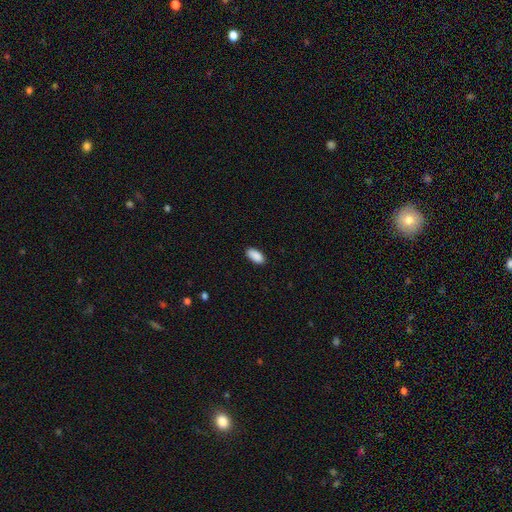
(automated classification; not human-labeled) Smooth or featured?
  - smooth: 90% *
  - star or artifact: 7%
  - featured or disk: 3%
How rounded?
  - in between: 91% *
  - cigar-shaped: 7%
  - round: 2%
Merging?
  - none: 87% *
  - minor disturbance: 10%
  - major disturbance: 2%
  - merger: 1%